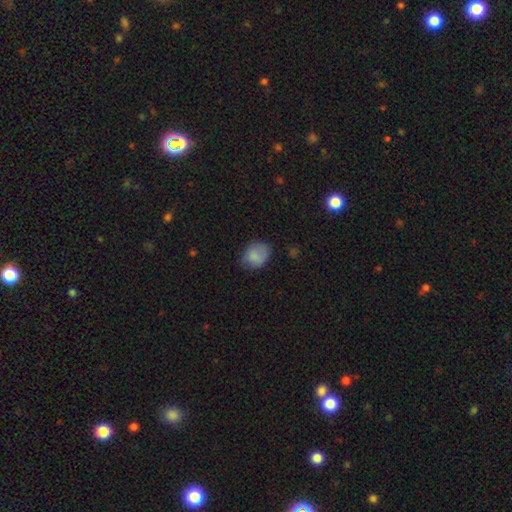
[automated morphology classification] smooth_or_featured: smooth (p=0.84) [alt: star or artifact p=0.09]
how_rounded: in between (p=0.58) [alt: round p=0.41]
merging: none (p=0.64) [alt: minor disturbance p=0.28]